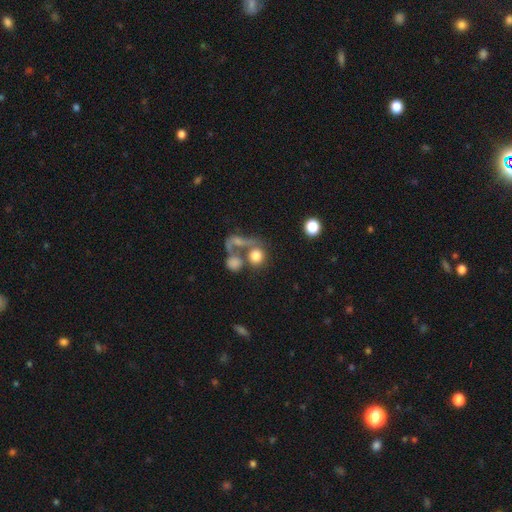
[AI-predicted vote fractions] Smooth or featured?
  - smooth: 73% *
  - featured or disk: 15%
  - star or artifact: 12%
How rounded?
  - round: 81% *
  - in between: 17%
  - cigar-shaped: 2%
Merging?
  - merger: 42% *
  - none: 35%
  - major disturbance: 14%
  - minor disturbance: 9%